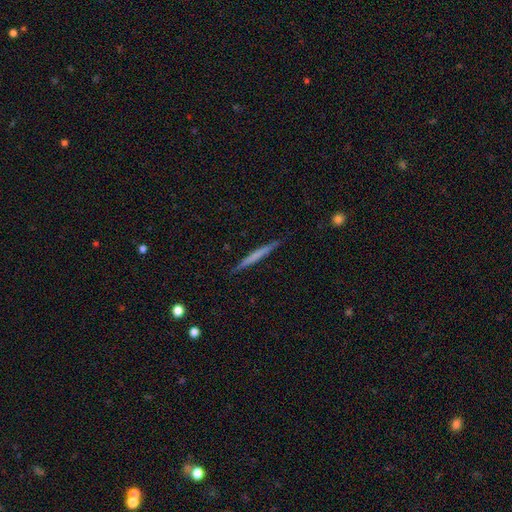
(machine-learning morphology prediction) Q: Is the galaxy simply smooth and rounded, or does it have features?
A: smooth — 54%.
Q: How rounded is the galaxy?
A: cigar-shaped — 97%.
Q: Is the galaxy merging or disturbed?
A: none — 89%.